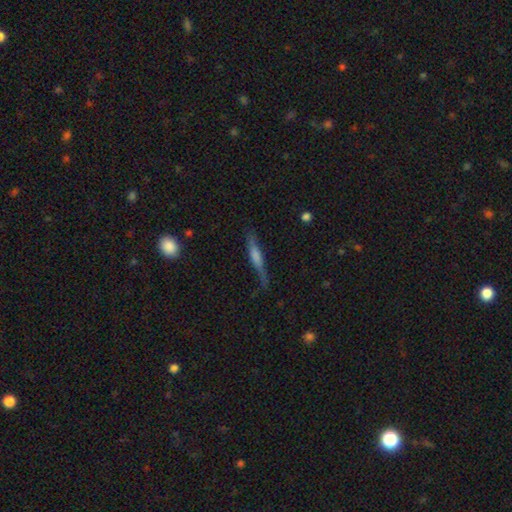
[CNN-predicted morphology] Overall: featured or disk (63%; smooth 28%). Edge-on disk: yes (94%). Edge-on bulge: rounded (52%; boxy 28%). Merging: none (75%).